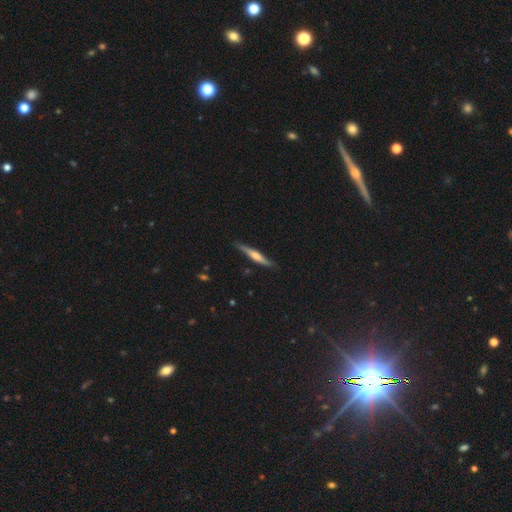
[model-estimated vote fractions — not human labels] smooth_or_featured: featured or disk (p=0.59) [alt: smooth p=0.36]
disk_edge_on: yes (p=0.95) [alt: no p=0.05]
edge_on_bulge: rounded (p=0.75) [alt: none p=0.15]
merging: none (p=0.84) [alt: minor disturbance p=0.13]